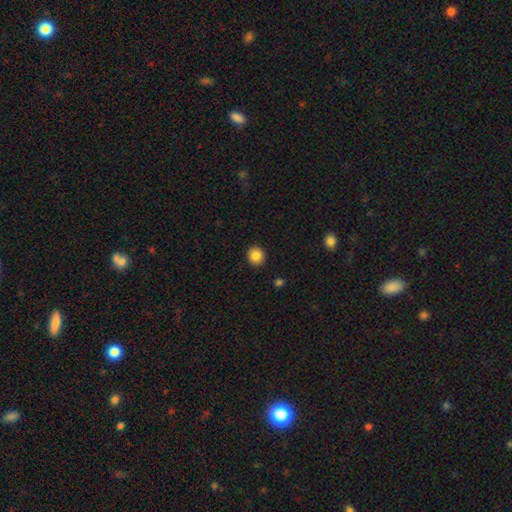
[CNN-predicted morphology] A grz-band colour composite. It shows a smooth galaxy with no disk features (86%) that is round (92%). Merging: none (93%).